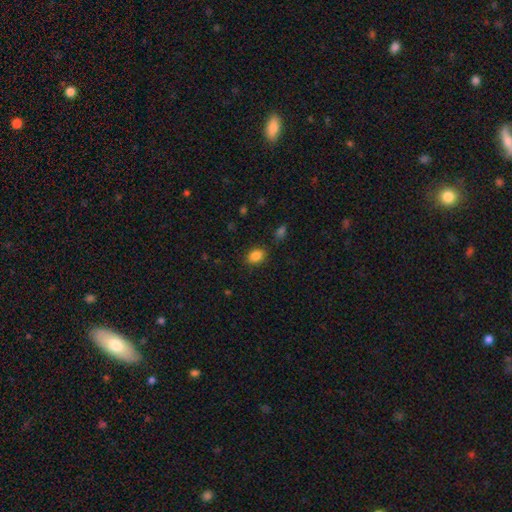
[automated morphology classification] A smooth galaxy with no disk features (85%) that is in between round and cigar-shaped (73%). Merging: none (83%).